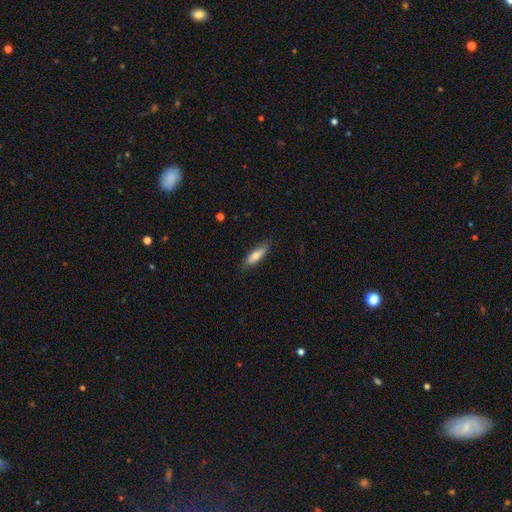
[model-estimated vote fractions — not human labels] This appears to be a smooth galaxy with no disk features (76%) that is cigar-shaped (60%). Merging: none (82%).